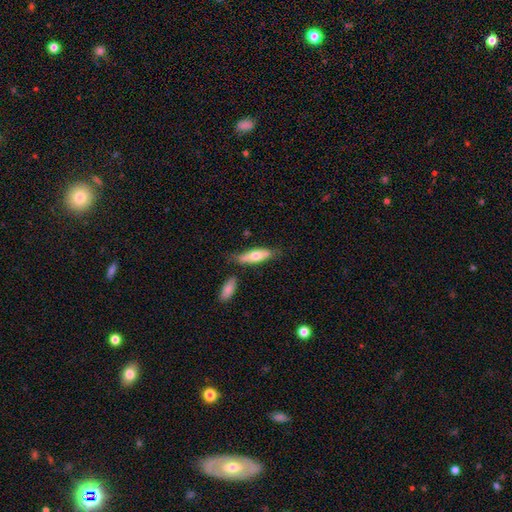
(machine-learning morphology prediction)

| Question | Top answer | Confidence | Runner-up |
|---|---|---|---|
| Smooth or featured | smooth | 64% | featured or disk (30%) |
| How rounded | cigar-shaped | 52% | in between (47%) |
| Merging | none | 65% | minor disturbance (21%) |